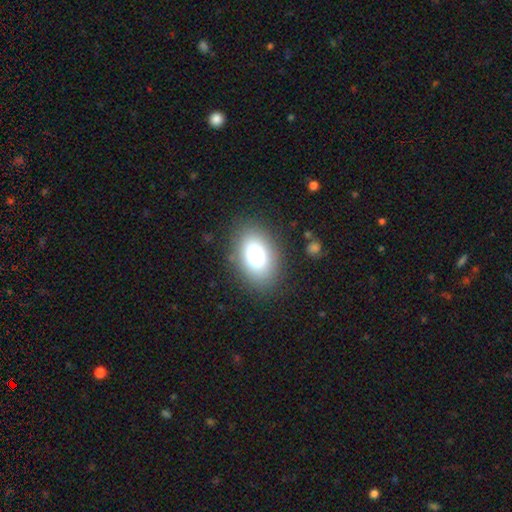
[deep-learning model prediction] Smooth or featured? smooth (82%)
How rounded? in between (88%)
Merging? none (84%)